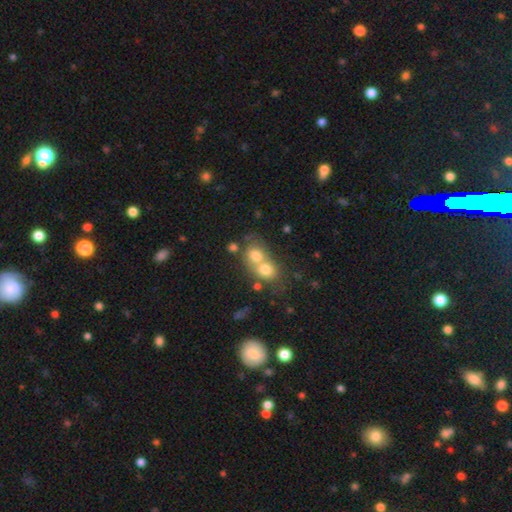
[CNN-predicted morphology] A smooth galaxy with no disk features (71%) that is round (59%).

Vote fractions:
- Smooth or featured? smooth: 71% / featured or disk: 18% / star or artifact: 11%
- How rounded? round: 59% / in between: 40% / cigar-shaped: 1%
- Merging? merger: 70% / none: 20% / minor disturbance: 6% / major disturbance: 4%